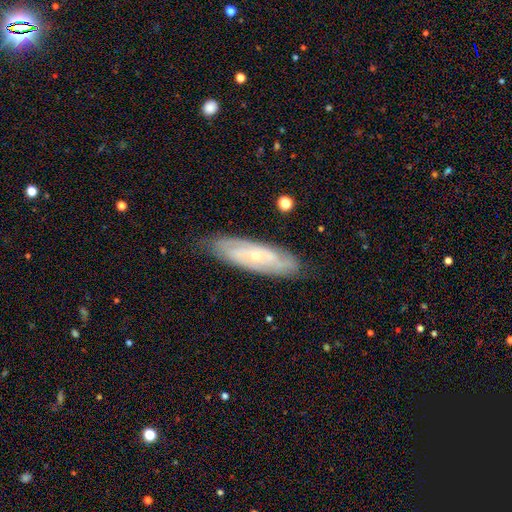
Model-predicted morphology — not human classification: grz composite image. It shows a featured or disk galaxy (76%) with no bar (69%), tight (64%) spiral arms (89%) and a small central bulge (72%). Merging: none (80%).